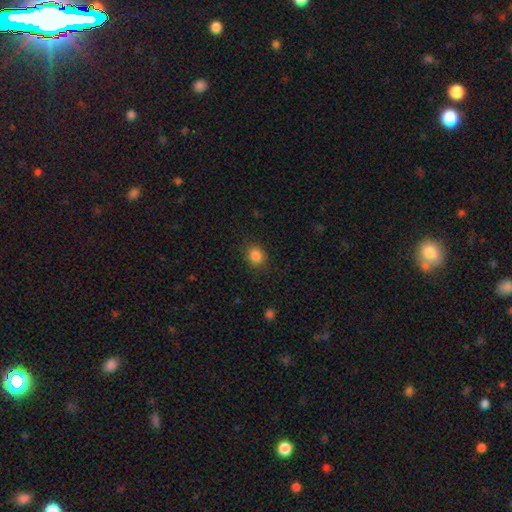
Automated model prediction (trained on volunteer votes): smooth 86%, star or artifact 11%, featured or disk 4%. Down the decision tree: how rounded — round (68%); merging — none (86%).